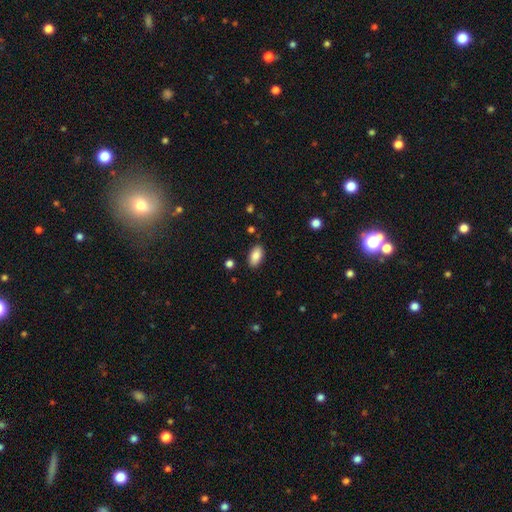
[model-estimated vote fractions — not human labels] Overall: smooth (87%). How rounded: in between (93%). Merging: none (87%).